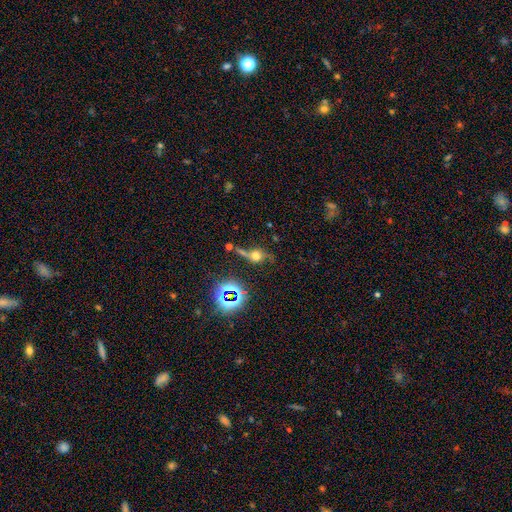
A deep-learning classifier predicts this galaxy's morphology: This appears to be a featured or disk galaxy (38%). Merging: none (46%).